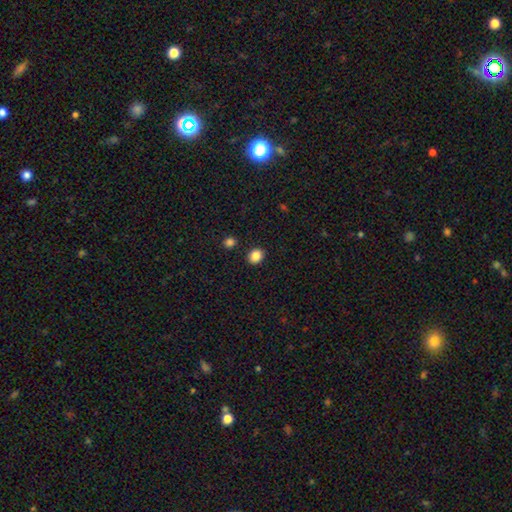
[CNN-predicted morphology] A smooth galaxy with no disk features (86%) that is round (65%).

Vote fractions:
- Smooth or featured? smooth: 86% / star or artifact: 10% / featured or disk: 4%
- How rounded? round: 65% / in between: 34% / cigar-shaped: 1%
- Merging? none: 89% / minor disturbance: 6% / merger: 3% / major disturbance: 2%